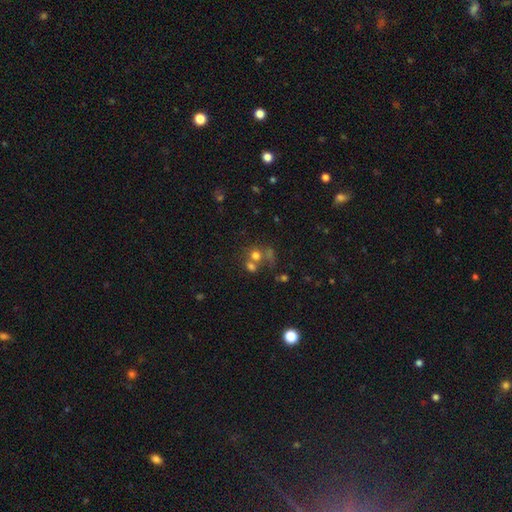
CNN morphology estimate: This appears to be a smooth galaxy with no disk features (65%) that is round (79%). Merging: merger (46%).